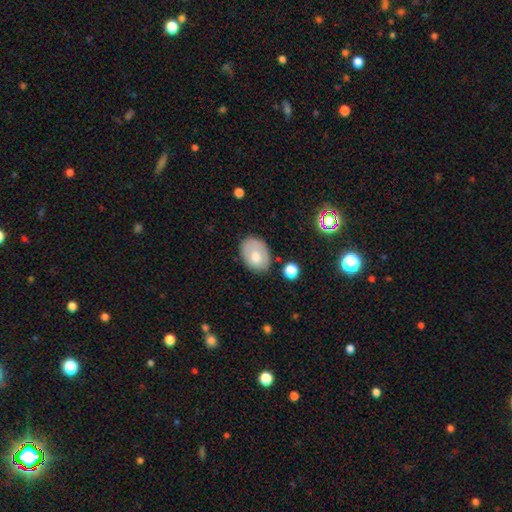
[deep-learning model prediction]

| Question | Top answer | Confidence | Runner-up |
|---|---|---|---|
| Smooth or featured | smooth | 71% | featured or disk (21%) |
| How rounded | in between | 77% | round (22%) |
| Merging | none | 71% | minor disturbance (20%) |